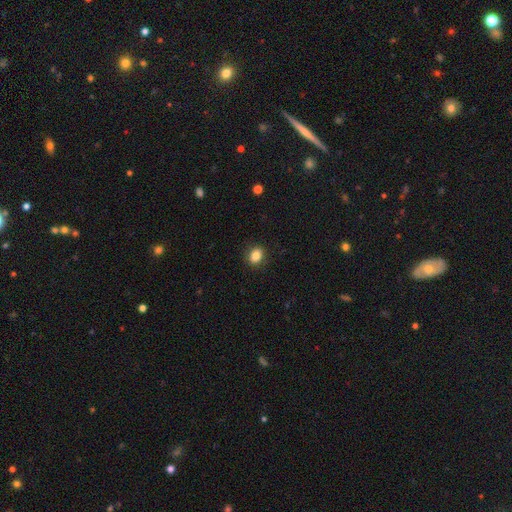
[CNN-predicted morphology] A smooth galaxy with no disk features (85%) that is in between round and cigar-shaped (51%).

Vote fractions:
- Smooth or featured? smooth: 85% / star or artifact: 10% / featured or disk: 5%
- How rounded? in between: 51% / round: 48% / cigar-shaped: 1%
- Merging? none: 89% / minor disturbance: 8% / major disturbance: 2% / merger: 1%